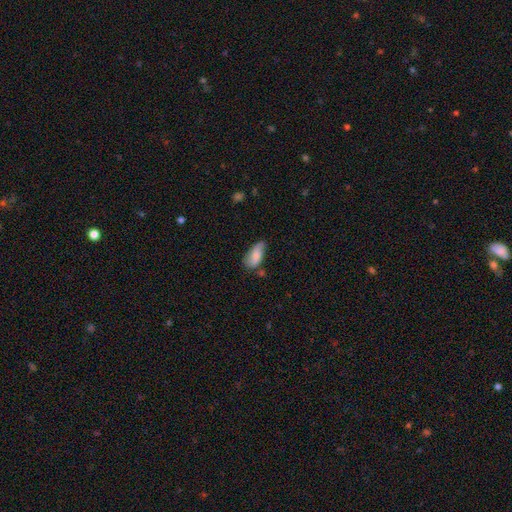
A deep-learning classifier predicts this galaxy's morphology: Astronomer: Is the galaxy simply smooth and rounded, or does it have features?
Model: smooth — 76%.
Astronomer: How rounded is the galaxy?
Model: in between — 86%.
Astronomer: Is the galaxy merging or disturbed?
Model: none — 52% (runner-up: minor disturbance, 33%).